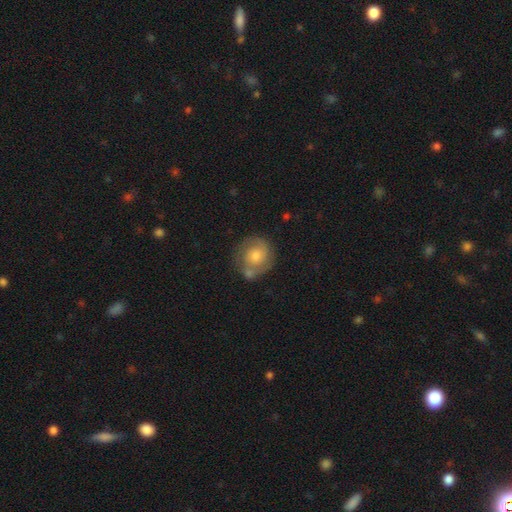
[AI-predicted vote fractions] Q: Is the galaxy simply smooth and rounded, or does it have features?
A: smooth — 47%.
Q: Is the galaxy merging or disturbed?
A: none — 62%.